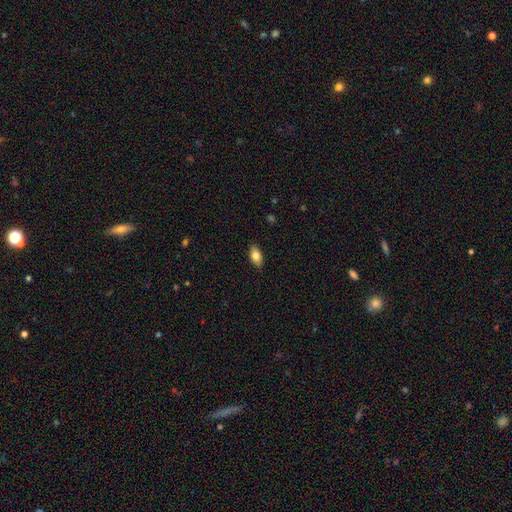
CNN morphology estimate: This is likely a smooth galaxy (79%). How rounded: clearly in between (89%). Merging: clearly none (87%).